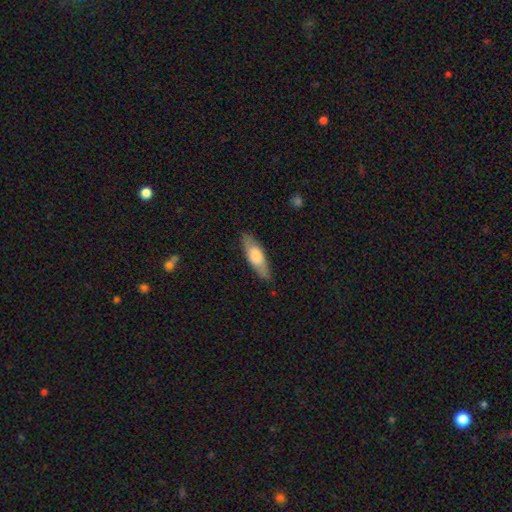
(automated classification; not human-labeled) Overall: smooth (64%; featured or disk 30%). How rounded: in between (50%; cigar-shaped 48%). Merging: none (84%).